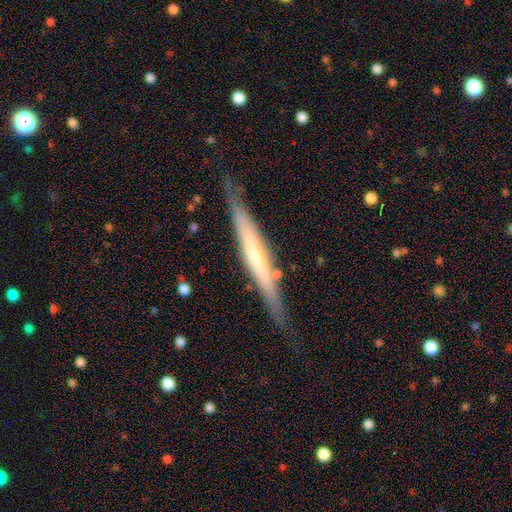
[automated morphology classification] smooth-or-featured: featured or disk: 62% | smooth: 32% | star or artifact: 6%
  disk-edge-on: yes: 94% | no: 6%
    edge-on-bulge: none: 55% | rounded: 30% | boxy: 16%
  merging: none: 79% | minor disturbance: 15% | major disturbance: 3% | merger: 2%